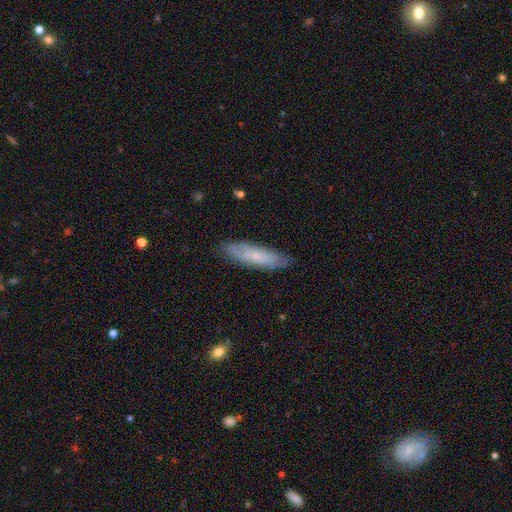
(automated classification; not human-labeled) Smooth or featured: smooth — 55% (featured or disk — 38%)
How rounded: cigar-shaped — 67% (in between — 31%)
Merging: none — 81% (minor disturbance — 15%)